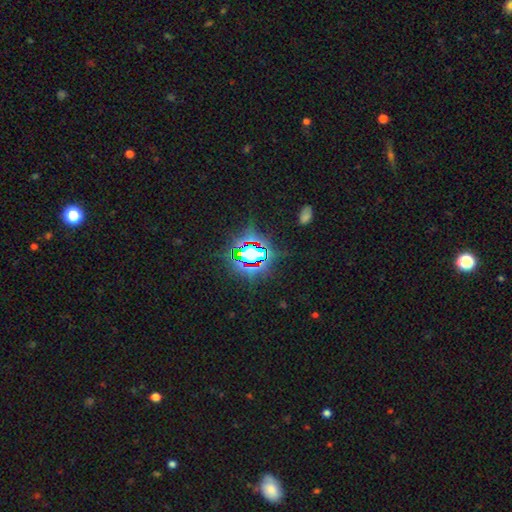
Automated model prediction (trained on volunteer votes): Smooth or featured? Predicted: star or artifact (p=0.78).